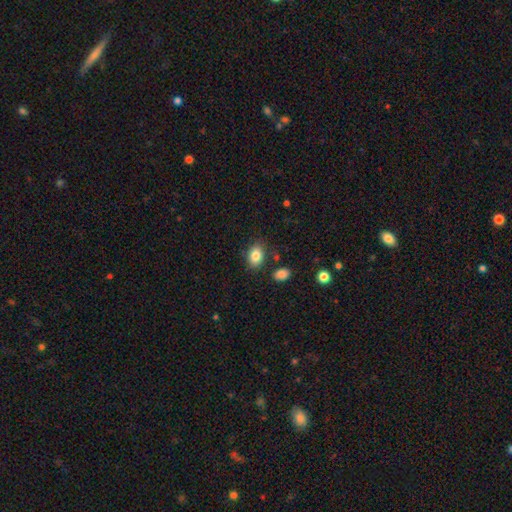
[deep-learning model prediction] This appears to be a smooth galaxy with no disk features (84%) that is in between round and cigar-shaped (80%). Merging: none (79%).